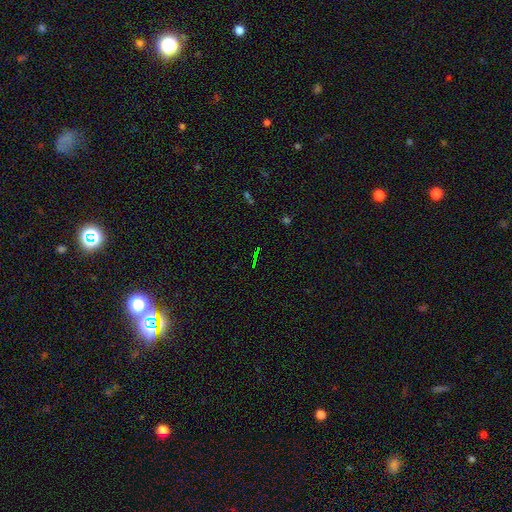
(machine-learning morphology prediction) type=star or artifact (73%).